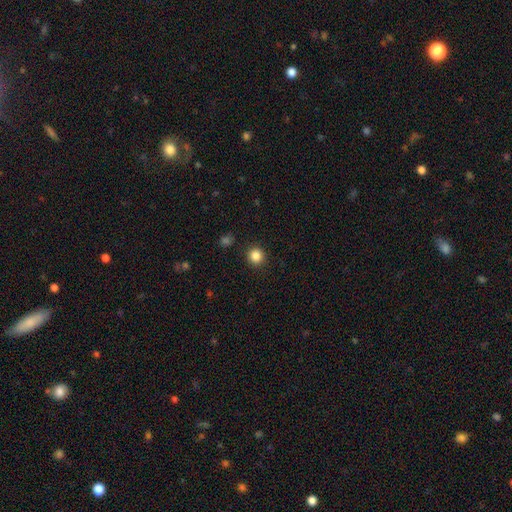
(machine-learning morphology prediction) The model was most divided on "smooth or featured": smooth: 85%, star or artifact: 11%, featured or disk: 3%. More confident: how rounded — round (93%); merging — none (91%).